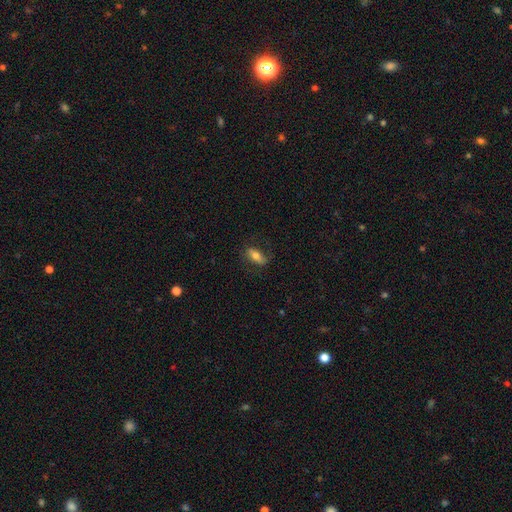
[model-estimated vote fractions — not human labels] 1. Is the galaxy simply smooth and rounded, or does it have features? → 65% smooth, 27% featured or disk, 8% star or artifact.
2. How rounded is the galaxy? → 78% in between, 17% cigar-shaped, 5% round.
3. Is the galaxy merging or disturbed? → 71% none, 19% minor disturbance, 8% major disturbance, 1% merger.